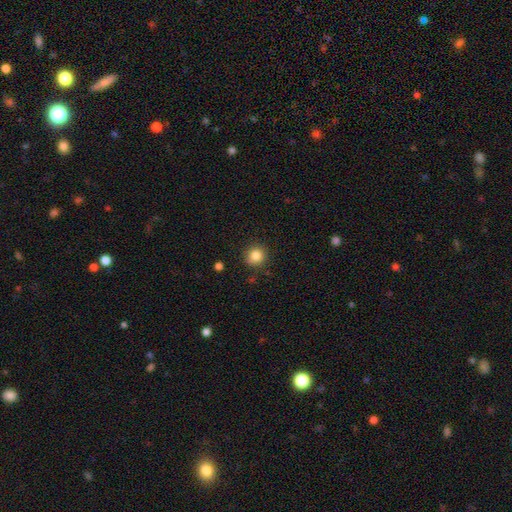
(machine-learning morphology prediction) smooth-or-featured: smooth: 84% | star or artifact: 11% | featured or disk: 5%
  how-rounded: round: 92% | in between: 7% | cigar-shaped: 1%
  merging: none: 86% | minor disturbance: 10% | major disturbance: 2% | merger: 2%